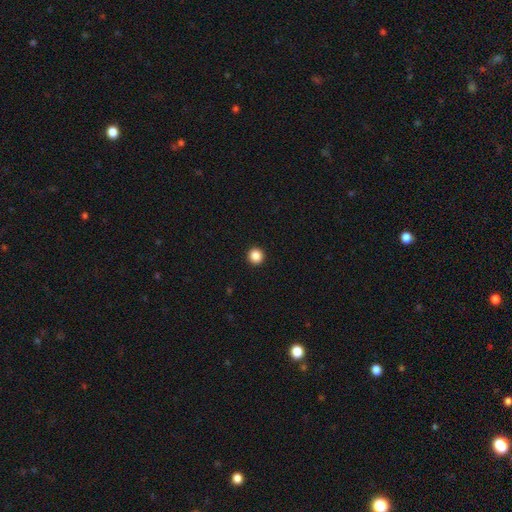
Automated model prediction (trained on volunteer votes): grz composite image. It shows a smooth galaxy with no disk features (87%) that is round (96%). Merging: none (94%).